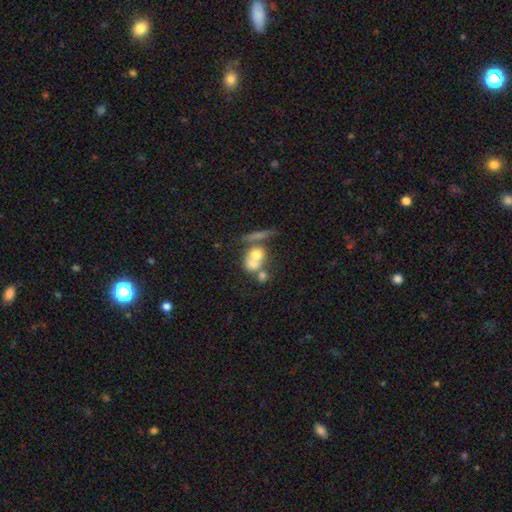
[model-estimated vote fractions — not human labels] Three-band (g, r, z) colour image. It shows a smooth galaxy with no disk features (58%) that is round (55%). Merging: merger (56%).